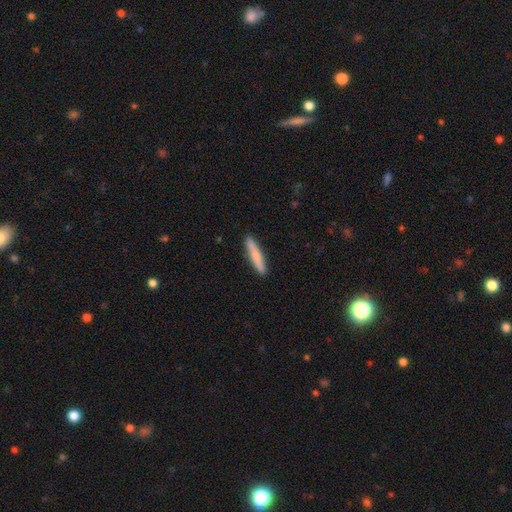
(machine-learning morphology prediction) This is likely a smooth galaxy (77%). How rounded: clearly cigar-shaped (92%). Merging: clearly none (88%).